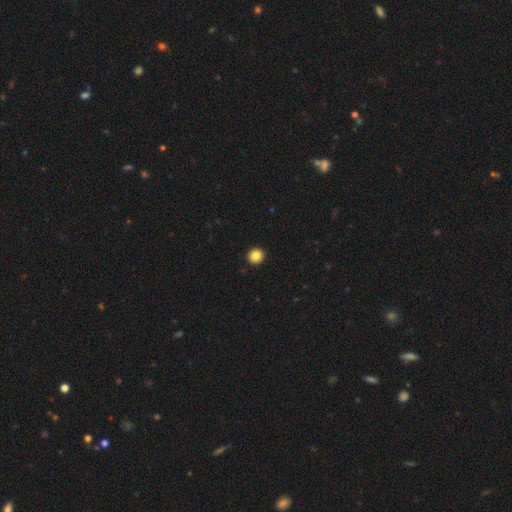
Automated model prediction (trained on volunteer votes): Smooth or featured: smooth — 85% (star or artifact — 10%)
How rounded: round — 94% (in between — 5%)
Merging: none — 94% (minor disturbance — 4%)